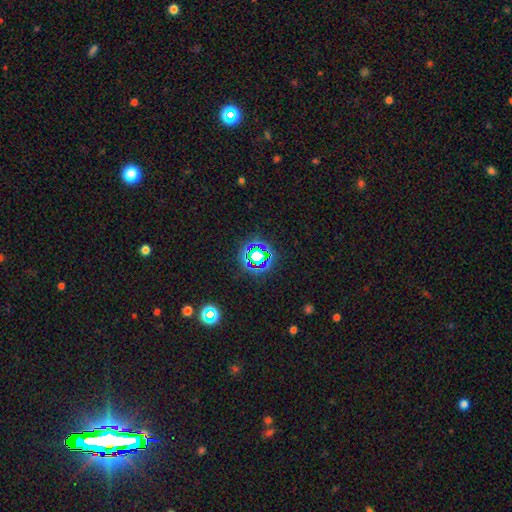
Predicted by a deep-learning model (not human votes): Smooth or featured? star or artifact (74%)